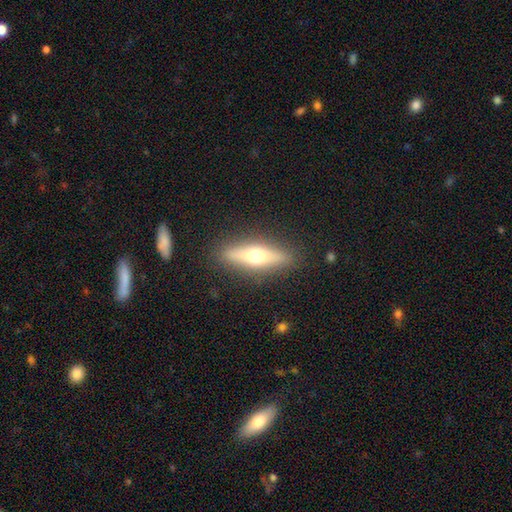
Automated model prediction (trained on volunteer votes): Overall: featured or disk (49%; smooth 44%). Merging: none (88%).